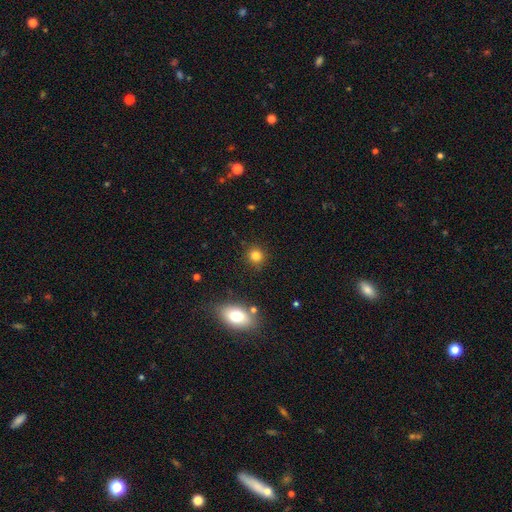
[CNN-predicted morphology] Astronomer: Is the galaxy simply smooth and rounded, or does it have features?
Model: smooth — 81%.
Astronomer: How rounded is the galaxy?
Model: round — 90%.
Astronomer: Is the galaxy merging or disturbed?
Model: none — 88%.